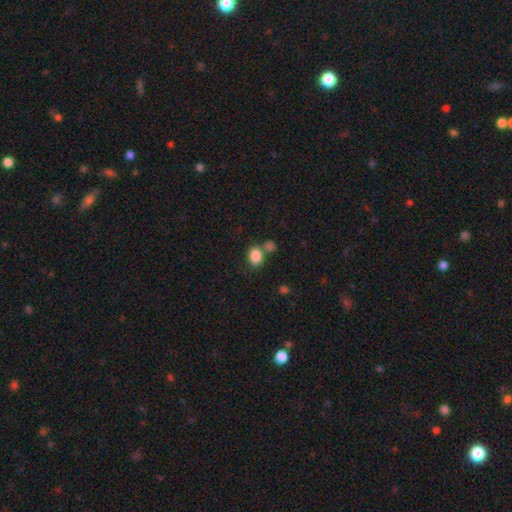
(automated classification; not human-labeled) smooth-or-featured: smooth: 86% | star or artifact: 9% | featured or disk: 5%
  how-rounded: in between: 60% | round: 39% | cigar-shaped: 1%
  merging: none: 53% | merger: 30% | minor disturbance: 12% | major disturbance: 5%